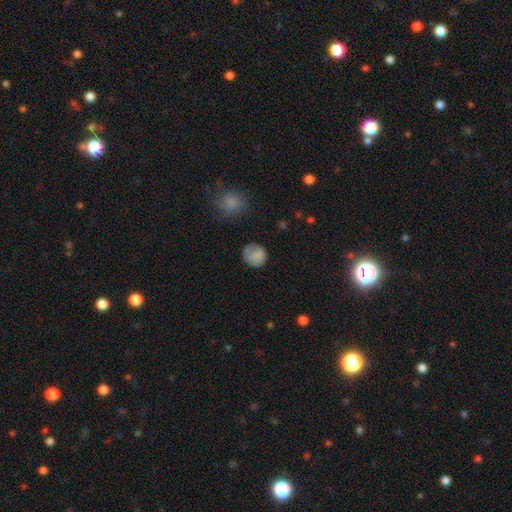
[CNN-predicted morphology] The model was most divided on "merging": none: 71%, minor disturbance: 20%, major disturbance: 7%, merger: 3%. More confident: how rounded — round (85%); smooth or featured — smooth (82%).